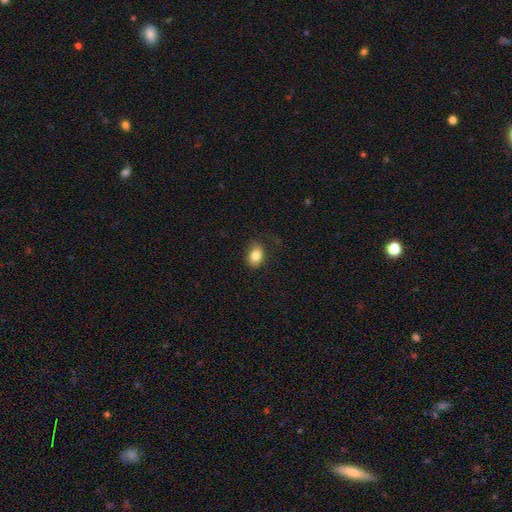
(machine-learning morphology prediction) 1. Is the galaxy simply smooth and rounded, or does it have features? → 82% smooth, 9% star or artifact, 8% featured or disk.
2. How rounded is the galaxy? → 68% in between, 30% round, 1% cigar-shaped.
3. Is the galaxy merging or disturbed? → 76% none, 17% minor disturbance, 6% major disturbance, 1% merger.